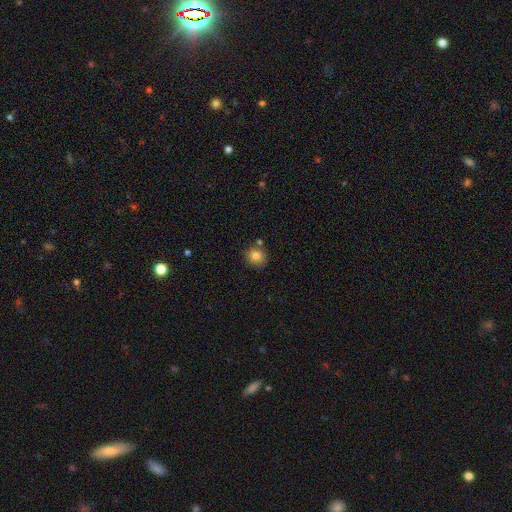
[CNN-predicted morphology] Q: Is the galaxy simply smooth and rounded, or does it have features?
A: smooth — 81%.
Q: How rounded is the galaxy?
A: round — 82%.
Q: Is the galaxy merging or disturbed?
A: none — 77%.